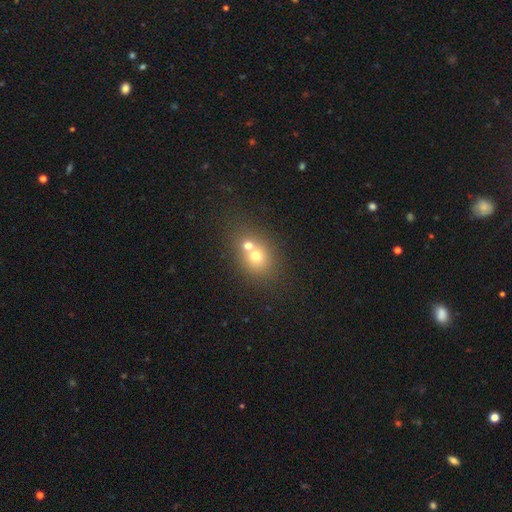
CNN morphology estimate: smooth-or-featured: smooth: 65% | featured or disk: 20% | star or artifact: 15%
  how-rounded: round: 68% | in between: 31% | cigar-shaped: 1%
  merging: merger: 52% | none: 38% | minor disturbance: 7% | major disturbance: 3%